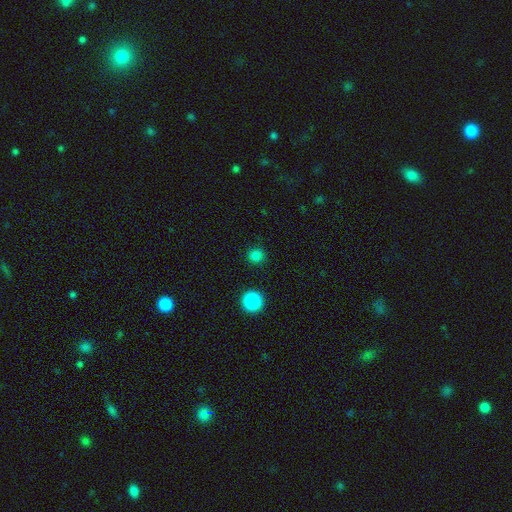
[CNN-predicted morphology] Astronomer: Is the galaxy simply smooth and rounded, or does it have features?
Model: smooth — 82%.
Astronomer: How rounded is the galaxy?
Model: round — 92%.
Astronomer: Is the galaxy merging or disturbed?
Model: none — 89%.